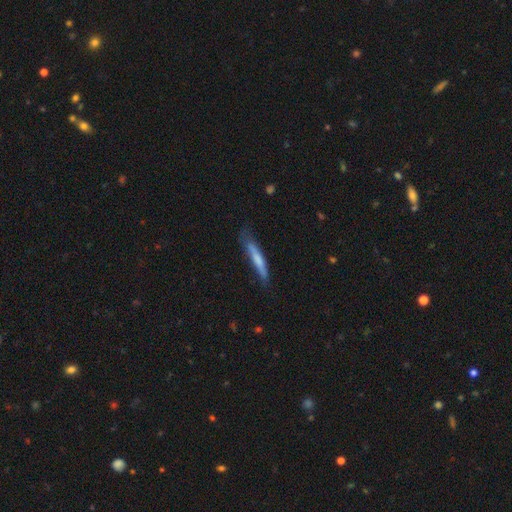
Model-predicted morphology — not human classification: Smooth or featured? smooth (56%)
How rounded? cigar-shaped (94%)
Merging? none (70%)